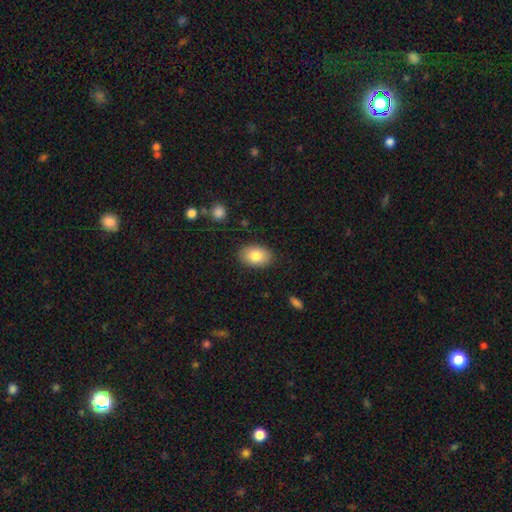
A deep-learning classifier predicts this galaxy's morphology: Smooth or featured?
  - smooth: 82% *
  - featured or disk: 11%
  - star or artifact: 7%
How rounded?
  - in between: 86% *
  - round: 13%
  - cigar-shaped: 1%
Merging?
  - none: 87% *
  - minor disturbance: 10%
  - major disturbance: 2%
  - merger: 1%